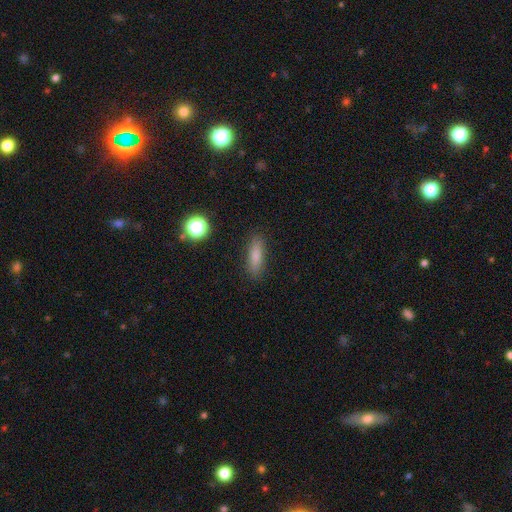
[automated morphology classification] Smooth or featured?
  - smooth: 81% *
  - star or artifact: 10%
  - featured or disk: 9%
How rounded?
  - cigar-shaped: 52% *
  - in between: 45%
  - round: 3%
Merging?
  - none: 87% *
  - minor disturbance: 9%
  - major disturbance: 3%
  - merger: 1%